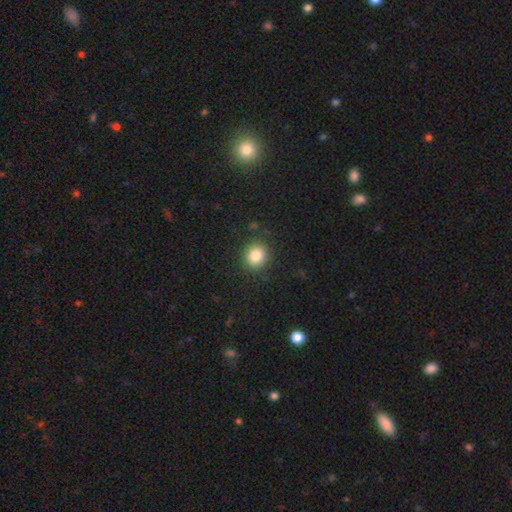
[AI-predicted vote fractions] The model was most divided on "how rounded": round: 79%, in between: 20%, cigar-shaped: 1%. More confident: merging — none (87%); smooth or featured — smooth (84%).